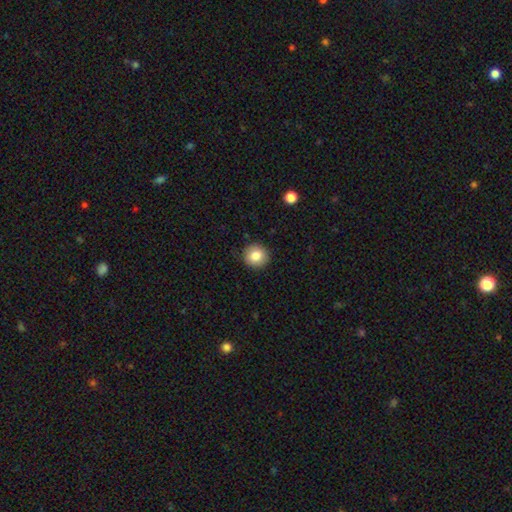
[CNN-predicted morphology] A smooth galaxy with no disk features (83%) that is round (92%).

Vote fractions:
- Smooth or featured? smooth: 83% / star or artifact: 9% / featured or disk: 8%
- How rounded? round: 92% / in between: 7% / cigar-shaped: 1%
- Merging? none: 91% / minor disturbance: 6% / major disturbance: 2% / merger: 1%